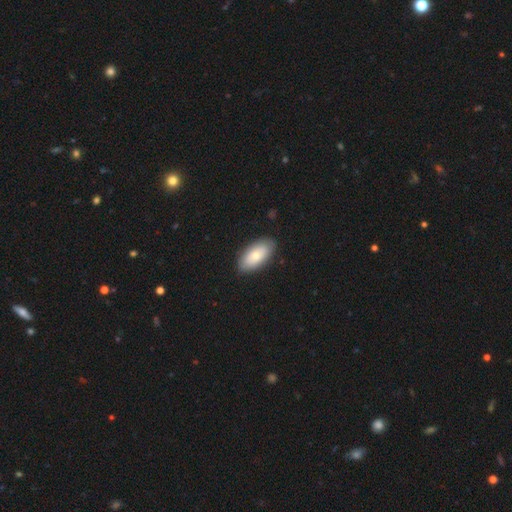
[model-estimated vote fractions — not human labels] Morphology: type=smooth (73%); roundness=in between (92%); merging=none (86%).